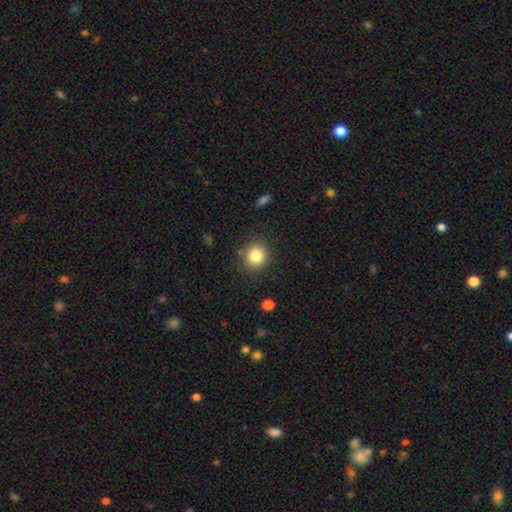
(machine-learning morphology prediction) Smooth or featured? smooth (83%)
How rounded? round (82%)
Merging? none (87%)